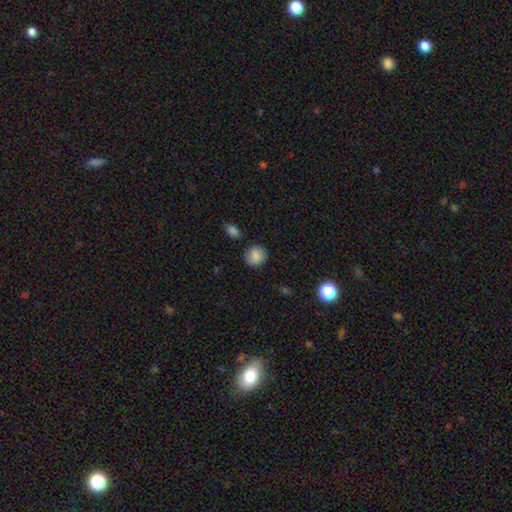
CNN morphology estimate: smooth-or-featured: smooth: 86% | star or artifact: 8% | featured or disk: 6%
  how-rounded: round: 84% | in between: 15% | cigar-shaped: 1%
  merging: none: 86% | minor disturbance: 10% | major disturbance: 3% | merger: 2%